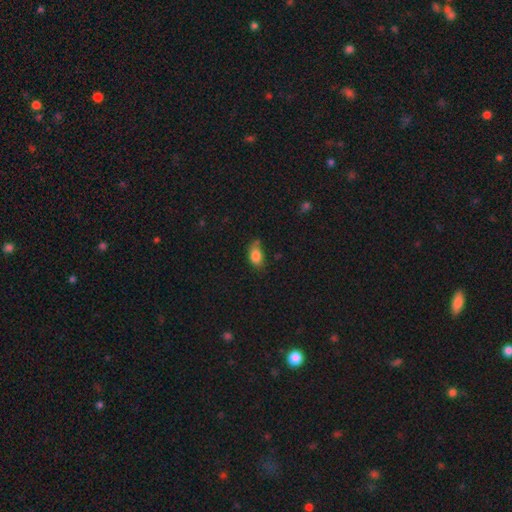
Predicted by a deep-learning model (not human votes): A smooth galaxy with no disk features (84%) that is in between round and cigar-shaped (85%).

Vote fractions:
- Smooth or featured? smooth: 84% / star or artifact: 9% / featured or disk: 7%
- How rounded? in between: 85% / round: 12% / cigar-shaped: 3%
- Merging? none: 55% / minor disturbance: 32% / major disturbance: 7% / merger: 6%